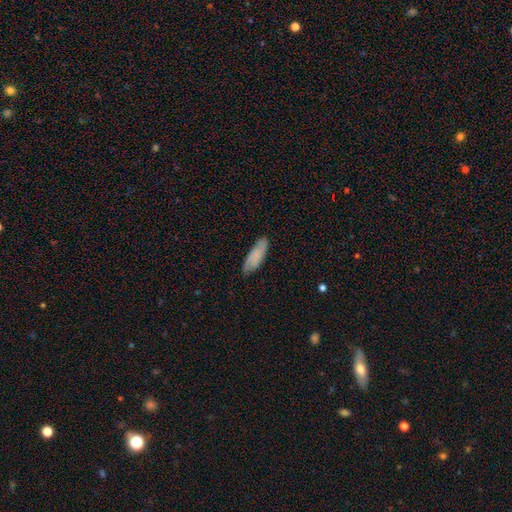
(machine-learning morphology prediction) This is likely a smooth galaxy (71%). How rounded: likely in between (63%). Merging: likely none (77%).